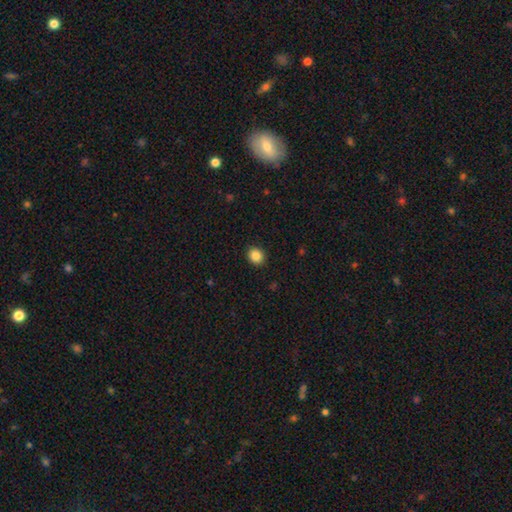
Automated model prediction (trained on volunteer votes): The model was most divided on "how rounded": round: 74%, in between: 25%, cigar-shaped: 1%. More confident: merging — none (92%); smooth or featured — smooth (87%).